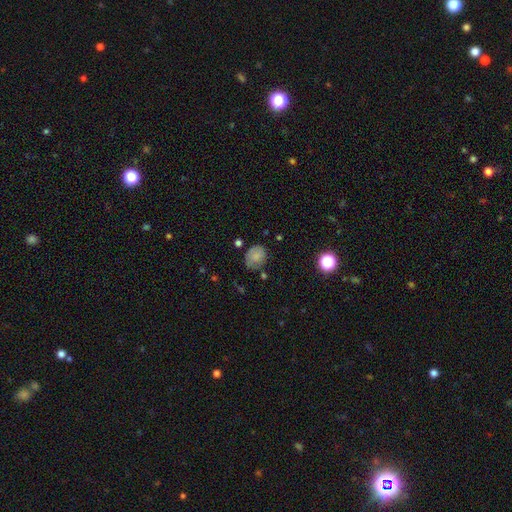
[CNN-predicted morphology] Smooth or featured?
  - smooth: 73% *
  - featured or disk: 16%
  - star or artifact: 11%
How rounded?
  - round: 52% *
  - in between: 47%
  - cigar-shaped: 1%
Merging?
  - none: 67% *
  - minor disturbance: 23%
  - major disturbance: 6%
  - merger: 4%